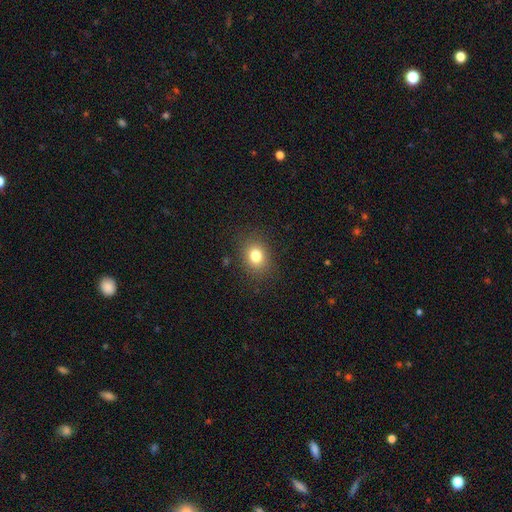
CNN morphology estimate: Smooth or featured? smooth (80%)
How rounded? round (58%)
Merging? none (87%)